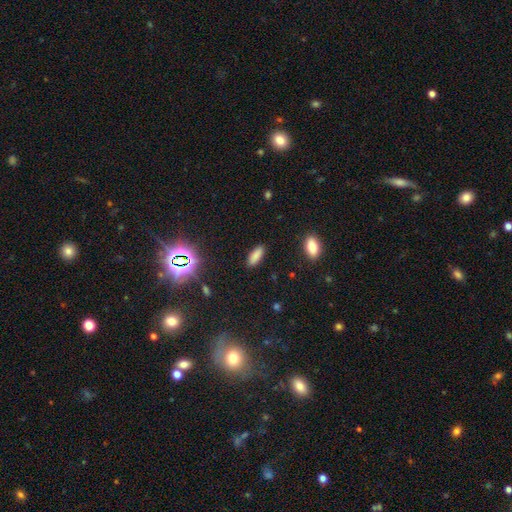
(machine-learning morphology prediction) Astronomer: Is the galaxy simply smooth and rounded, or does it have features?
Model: smooth — 83%.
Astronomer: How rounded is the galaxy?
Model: in between — 68%.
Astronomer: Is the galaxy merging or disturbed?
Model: none — 88%.